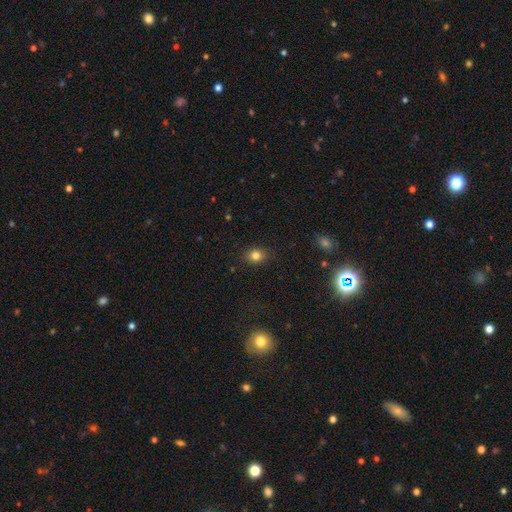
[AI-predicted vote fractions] smooth_or_featured: smooth (p=0.81) [alt: star or artifact p=0.12]
how_rounded: round (p=0.55) [alt: in between p=0.44]
merging: none (p=0.85) [alt: minor disturbance p=0.11]